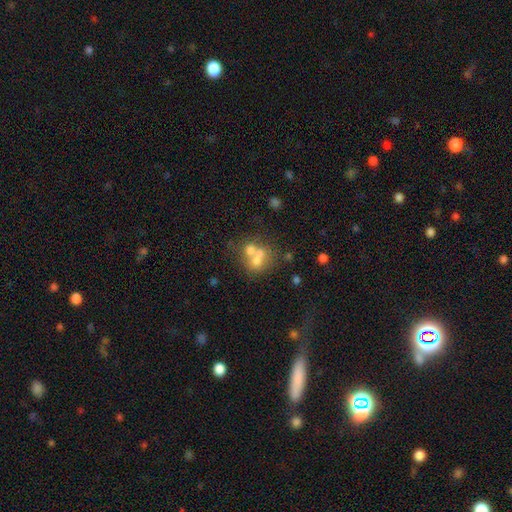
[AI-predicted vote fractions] A smooth galaxy with no disk features (56%) that is round (62%).

Vote fractions:
- Smooth or featured? smooth: 56% / featured or disk: 29% / star or artifact: 15%
- How rounded? round: 62% / in between: 37% / cigar-shaped: 1%
- Merging? merger: 57% / none: 28% / minor disturbance: 8% / major disturbance: 7%